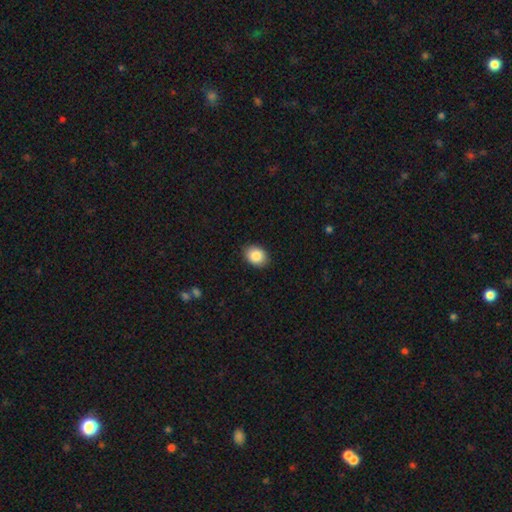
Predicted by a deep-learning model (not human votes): Smooth or featured? Predicted: smooth (p=0.87). How rounded? Predicted: in between (p=0.65). Merging? Predicted: none (p=0.88).